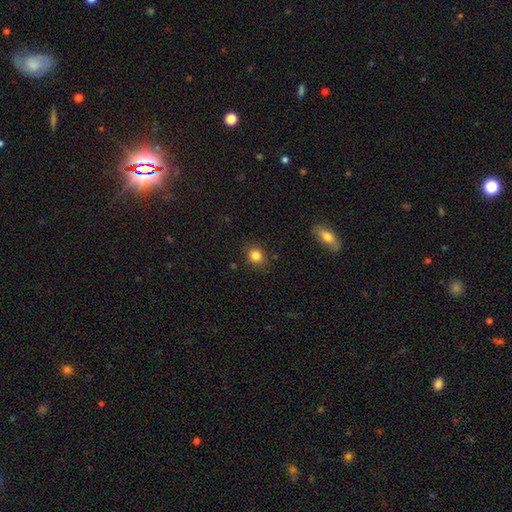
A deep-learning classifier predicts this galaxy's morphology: smooth-or-featured: smooth: 83% | star or artifact: 11% | featured or disk: 6%
  how-rounded: round: 80% | in between: 19% | cigar-shaped: 1%
  merging: none: 87% | minor disturbance: 9% | major disturbance: 3% | merger: 2%